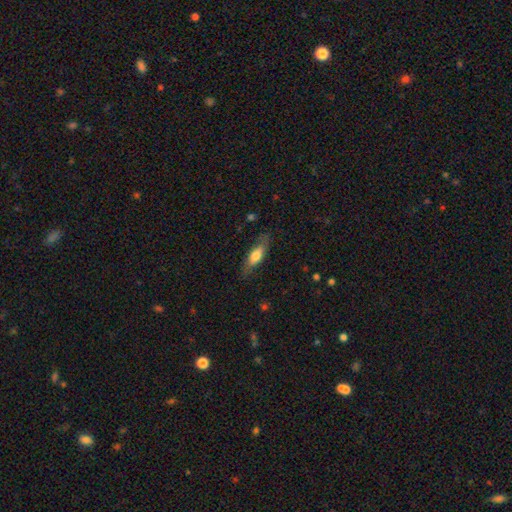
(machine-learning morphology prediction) A smooth galaxy with no disk features (61%) that is in between round and cigar-shaped (49%).

Vote fractions:
- Smooth or featured? smooth: 61% / featured or disk: 33% / star or artifact: 6%
- How rounded? in between: 49% / cigar-shaped: 48% / round: 3%
- Merging? none: 77% / minor disturbance: 17% / major disturbance: 4% / merger: 1%